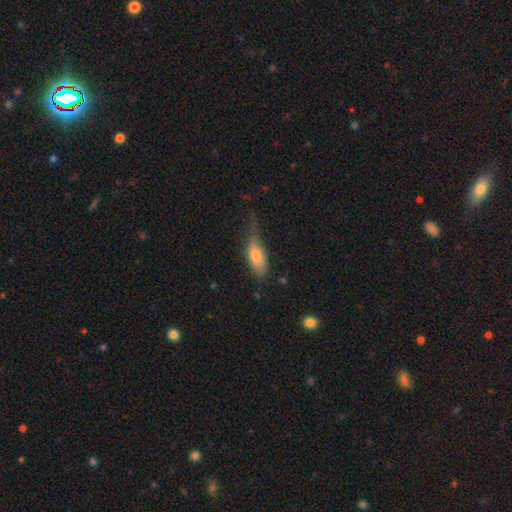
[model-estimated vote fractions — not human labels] Morphology: type=smooth (75%); roundness=in between (73%); merging=none (41%).